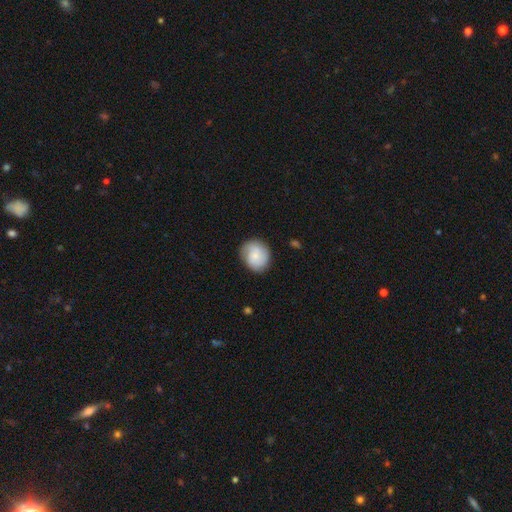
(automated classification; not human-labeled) Smooth or featured: smooth — 66% (featured or disk — 27%)
How rounded: round — 77% (in between — 22%)
Merging: none — 78% (minor disturbance — 17%)